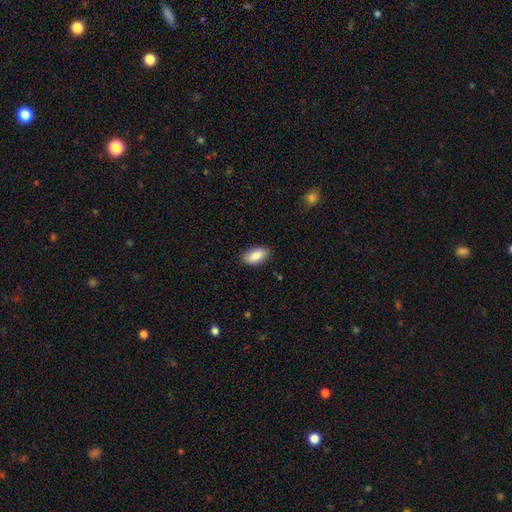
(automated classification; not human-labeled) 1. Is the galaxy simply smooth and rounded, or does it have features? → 86% smooth, 7% featured or disk, 6% star or artifact.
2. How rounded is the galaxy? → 93% in between, 4% cigar-shaped, 3% round.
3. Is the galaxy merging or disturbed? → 86% none, 11% minor disturbance, 2% major disturbance, 1% merger.